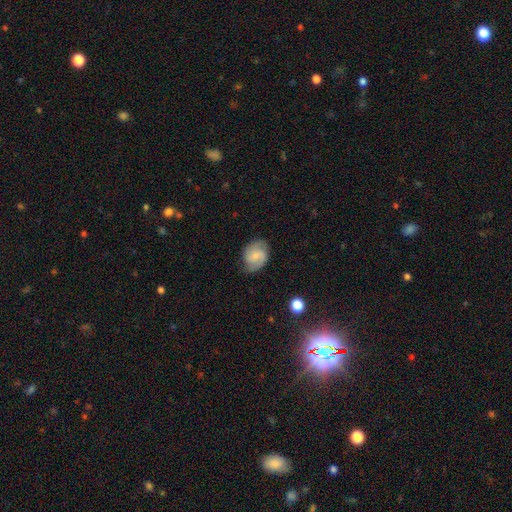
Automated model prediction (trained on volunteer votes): Smooth or featured: featured or disk — 63% (smooth — 29%)
Edge-on disk: no — 98% (yes — 2%)
Bar: no — 46% (weak — 45%)
Spiral arms: yes — 93% (no — 7%)
Spiral winding: medium — 50% (tight — 33%)
Spiral arm count: 2 — 84% (can't tell — 8%)
Bulge size: small — 58% (moderate — 22%)
Merging: none — 76% (minor disturbance — 18%)